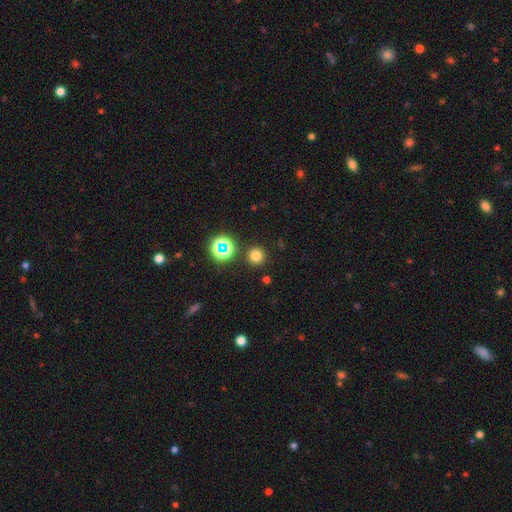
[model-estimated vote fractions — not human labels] A smooth galaxy with no disk features (73%) that is round (95%). Merging: none (89%).